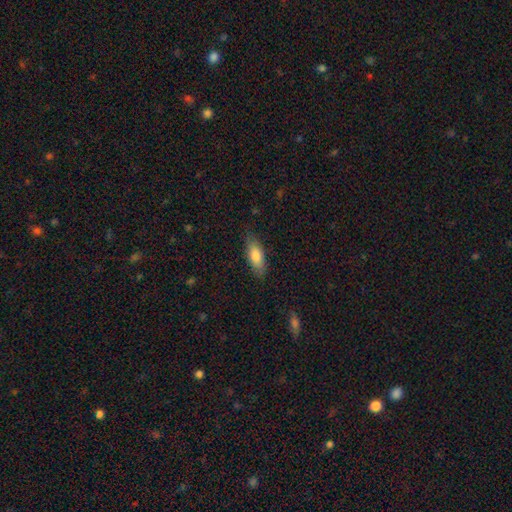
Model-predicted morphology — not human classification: A smooth galaxy with no disk features (80%) that is in between round and cigar-shaped (73%). Merging: none (82%).